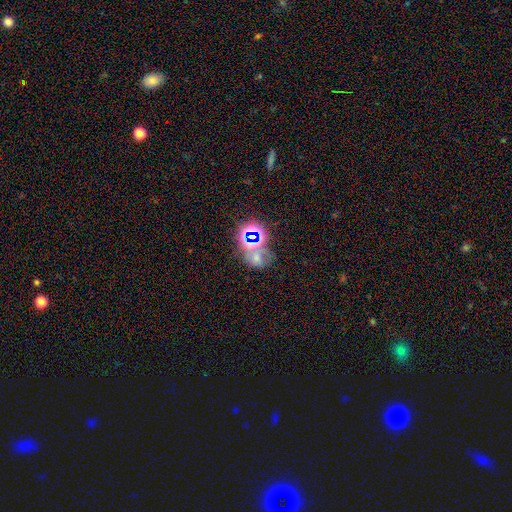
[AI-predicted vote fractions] Overall: star or artifact (47%; smooth 39%).